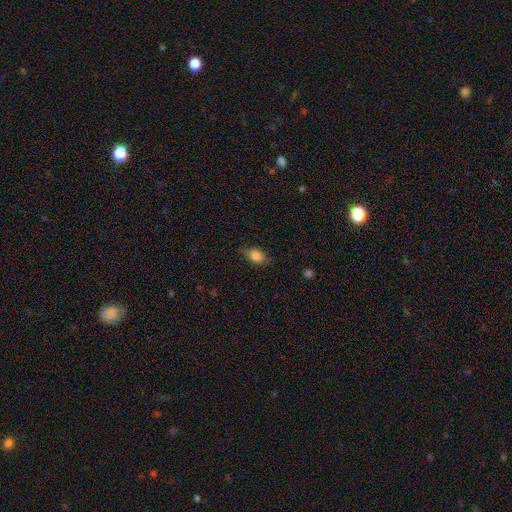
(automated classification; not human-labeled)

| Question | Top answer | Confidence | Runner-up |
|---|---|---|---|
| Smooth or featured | smooth | 83% | star or artifact (9%) |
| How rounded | in between | 78% | round (19%) |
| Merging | none | 77% | minor disturbance (18%) |